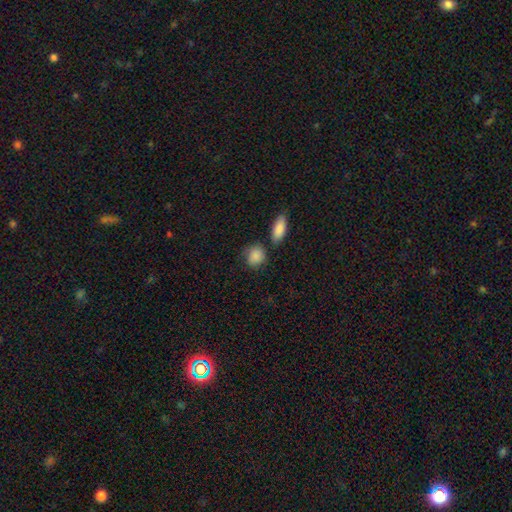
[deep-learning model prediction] The model was most divided on "how rounded": round: 64%, in between: 33%, cigar-shaped: 2%. More confident: smooth or featured — smooth (88%); merging — none (68%).